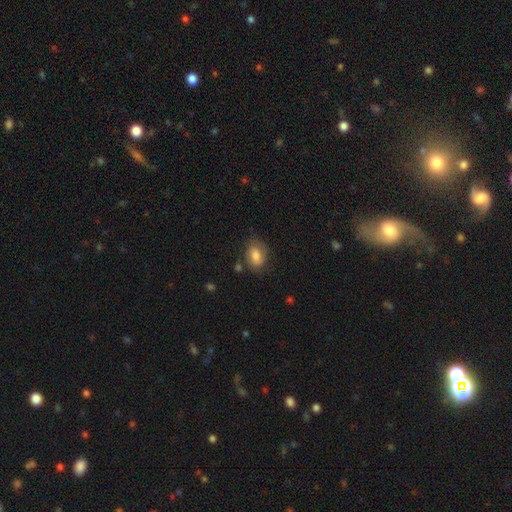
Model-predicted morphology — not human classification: type=smooth (77%); roundness=in between (75%); merging=none (68%).